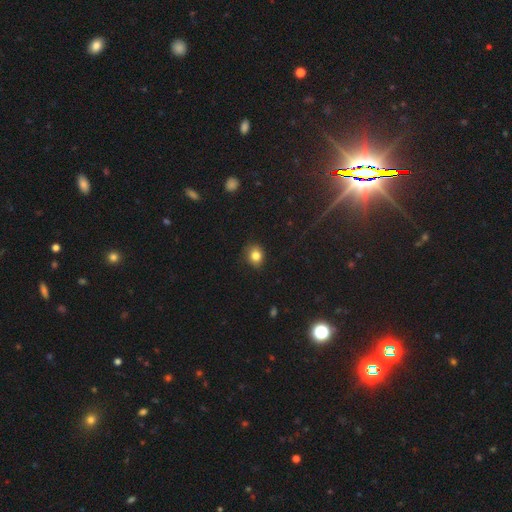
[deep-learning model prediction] Smooth or featured: smooth — 82% (star or artifact — 12%)
How rounded: round — 68% (in between — 31%)
Merging: none — 82% (minor disturbance — 14%)